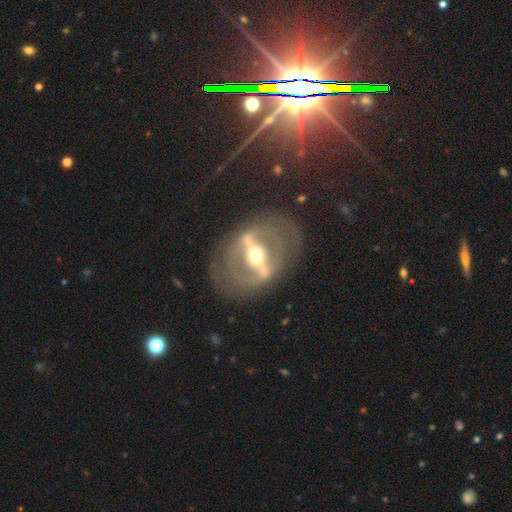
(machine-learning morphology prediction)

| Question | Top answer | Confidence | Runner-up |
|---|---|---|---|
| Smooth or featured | featured or disk | 85% | smooth (9%) |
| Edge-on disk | no | 84% | yes (16%) |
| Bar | strong | 82% | weak (11%) |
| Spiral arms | no | 57% | yes (43%) |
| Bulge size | moderate | 68% | small (20%) |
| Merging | none | 73% | minor disturbance (14%) |